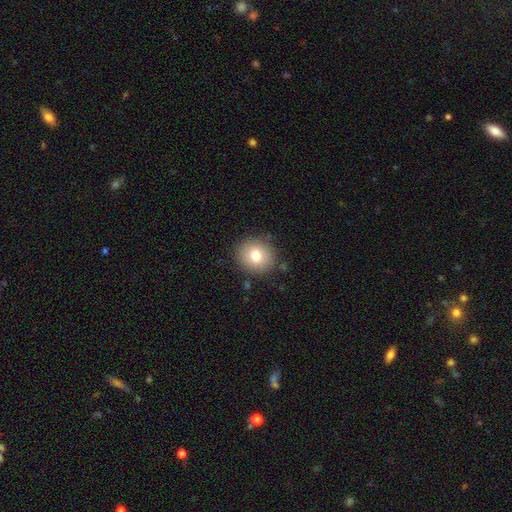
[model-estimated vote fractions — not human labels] The model was most divided on "smooth or featured": smooth: 77%, featured or disk: 12%, star or artifact: 11%. More confident: how rounded — round (87%); merging — none (87%).